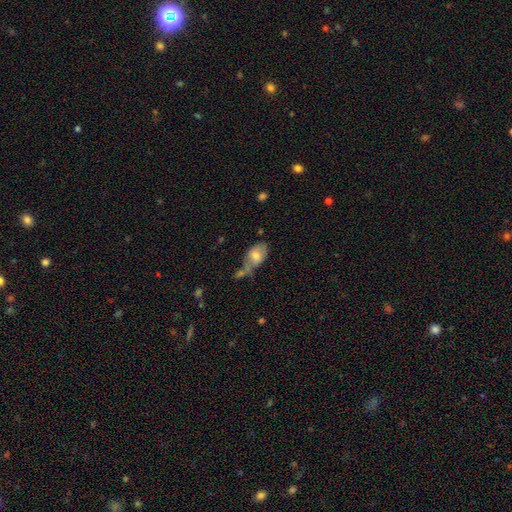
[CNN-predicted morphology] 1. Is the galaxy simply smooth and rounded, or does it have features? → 68% smooth, 24% featured or disk, 8% star or artifact.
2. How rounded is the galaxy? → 89% in between, 9% round, 2% cigar-shaped.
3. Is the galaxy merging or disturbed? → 35% none, 31% merger, 22% minor disturbance, 12% major disturbance.